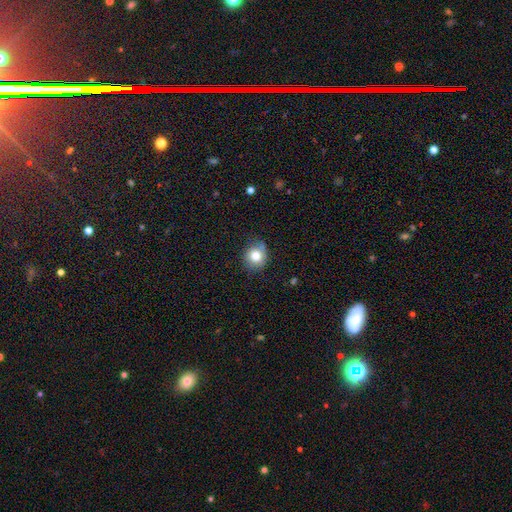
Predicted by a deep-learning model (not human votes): A smooth galaxy with no disk features (80%) that is round (81%).

Vote fractions:
- Smooth or featured? smooth: 80% / star or artifact: 11% / featured or disk: 9%
- How rounded? round: 81% / in between: 18% / cigar-shaped: 1%
- Merging? none: 74% / minor disturbance: 19% / major disturbance: 4% / merger: 3%